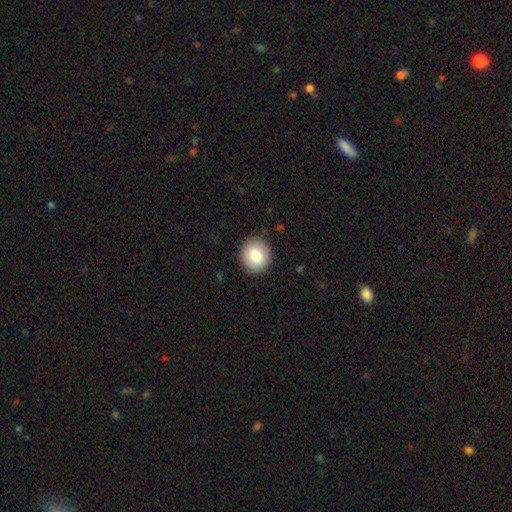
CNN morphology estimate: Smooth or featured? smooth (82%)
How rounded? round (89%)
Merging? none (90%)